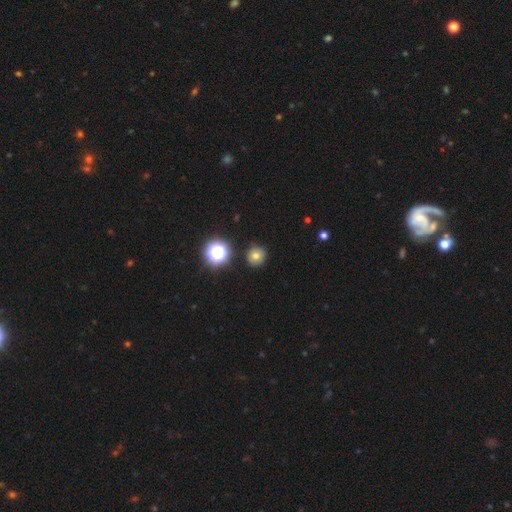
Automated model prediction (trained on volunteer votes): Smooth or featured?
  - smooth: 68% *
  - star or artifact: 18%
  - featured or disk: 13%
How rounded?
  - round: 93% *
  - in between: 6%
  - cigar-shaped: 1%
Merging?
  - none: 88% *
  - minor disturbance: 8%
  - major disturbance: 2%
  - merger: 2%